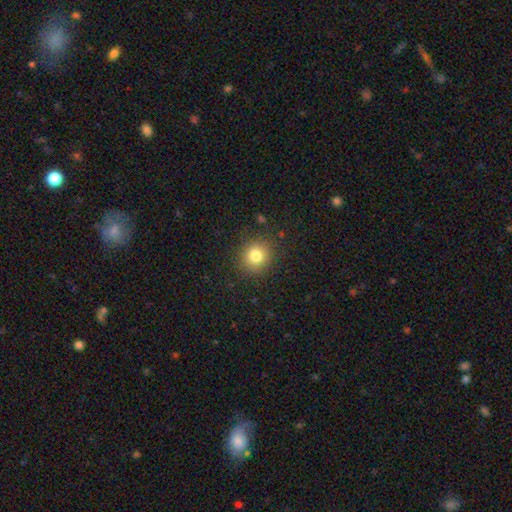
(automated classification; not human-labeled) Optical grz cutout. It shows a smooth galaxy with no disk features (81%) that is round (85%). Merging: none (87%).